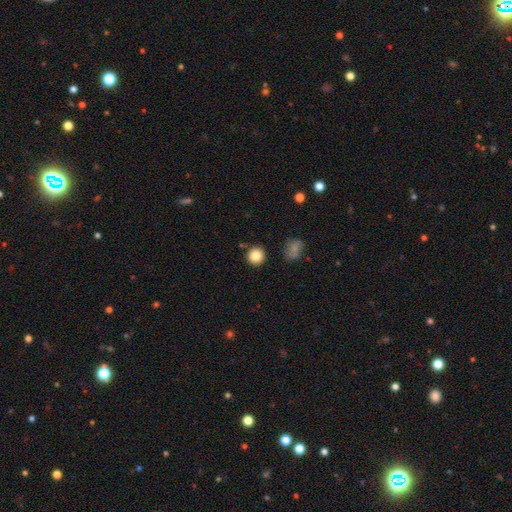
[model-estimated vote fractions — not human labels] A smooth galaxy with no disk features (84%) that is round (91%). Merging: none (86%).